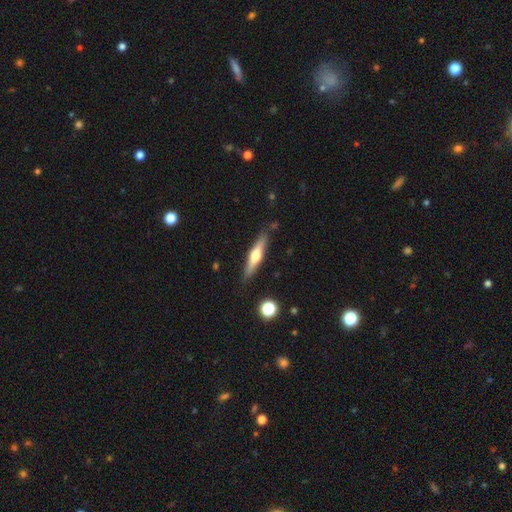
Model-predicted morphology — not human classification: Smooth or featured? featured or disk (53%)
Edge-on disk? yes (94%)
Edge-on bulge? rounded (91%)
Merging? none (85%)